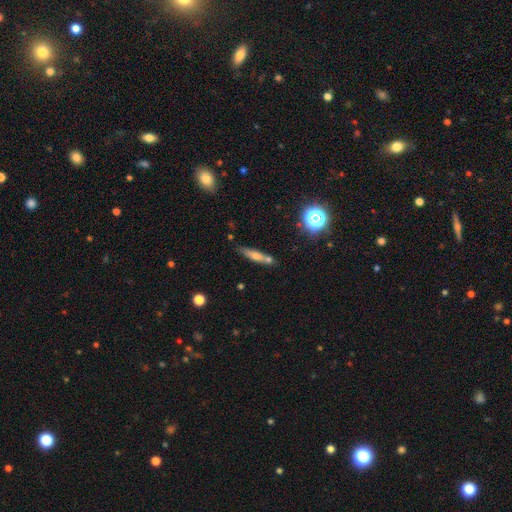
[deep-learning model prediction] A smooth galaxy with no disk features (53%) that is cigar-shaped (81%). Merging: none (69%).